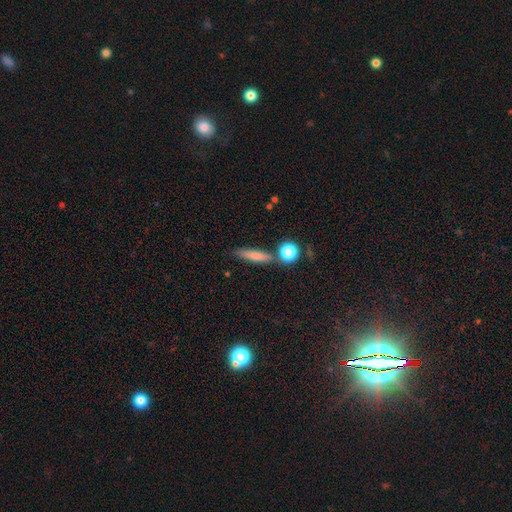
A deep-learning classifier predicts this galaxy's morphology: This is likely a smooth galaxy (74%). How rounded: likely cigar-shaped (77%). Merging: likely none (76%).